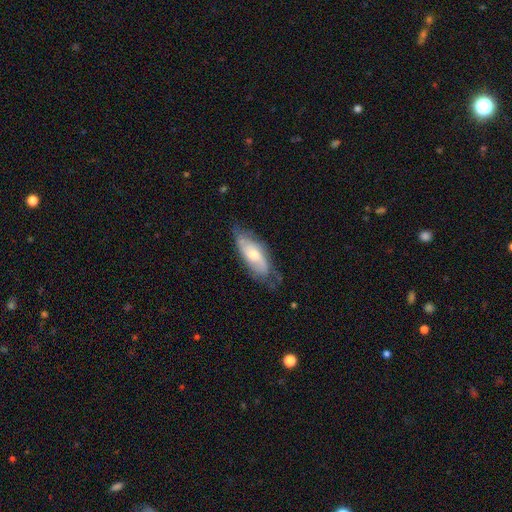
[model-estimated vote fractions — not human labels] Overall: featured or disk (53%; smooth 41%). Edge-on disk: no (83%). Merging: none (58%; minor disturbance 30%).